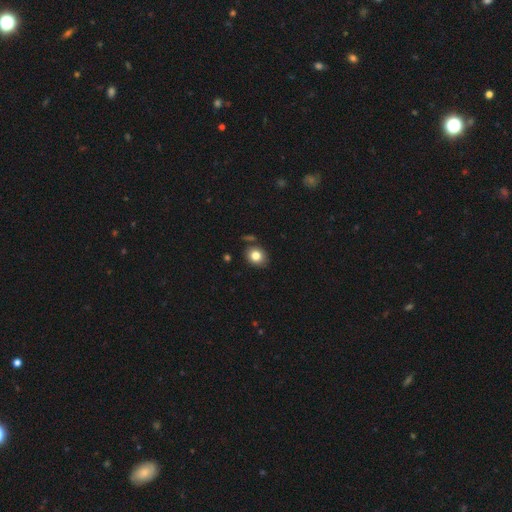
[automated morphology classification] Smooth or featured? smooth (81%)
How rounded? round (64%)
Merging? none (79%)